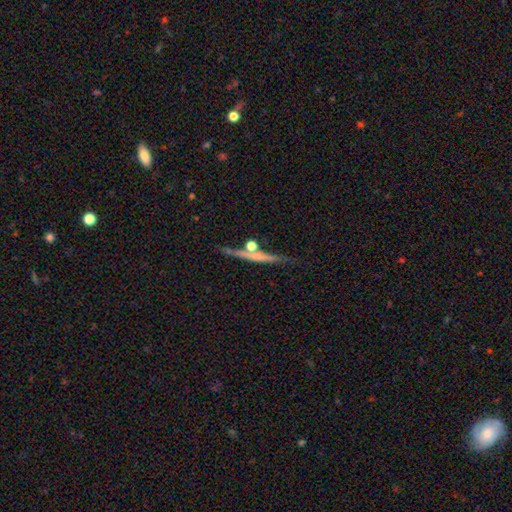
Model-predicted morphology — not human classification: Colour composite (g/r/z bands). It shows a featured or disk galaxy (59%) viewed edge-on (94%) with no central bulge (56%). Merging: none (73%).